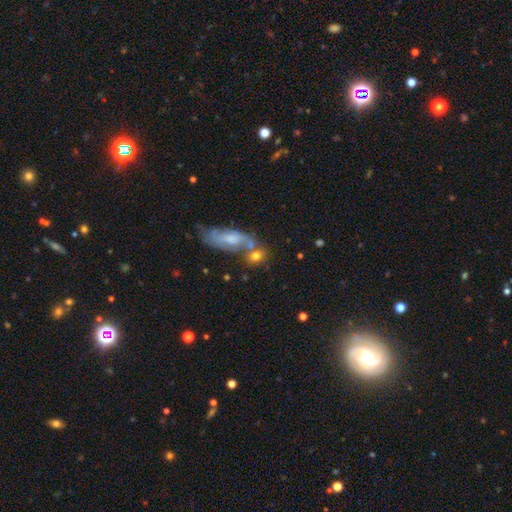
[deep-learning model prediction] A smooth galaxy with no disk features (69%) that is in between round and cigar-shaped (48%). Merging: none (44%).